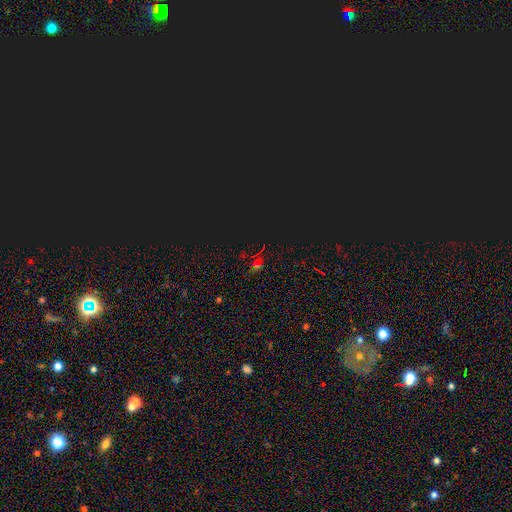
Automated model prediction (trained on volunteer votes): Smooth or featured? star or artifact (63%)